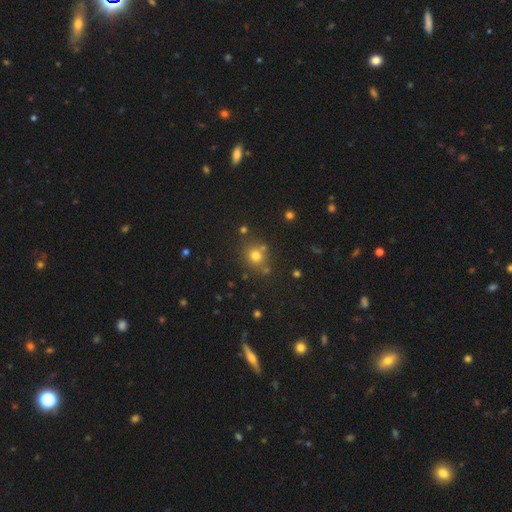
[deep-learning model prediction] Smooth or featured? Predicted: smooth (p=0.73). How rounded? Predicted: round (p=0.83). Merging? Predicted: none (p=0.74).